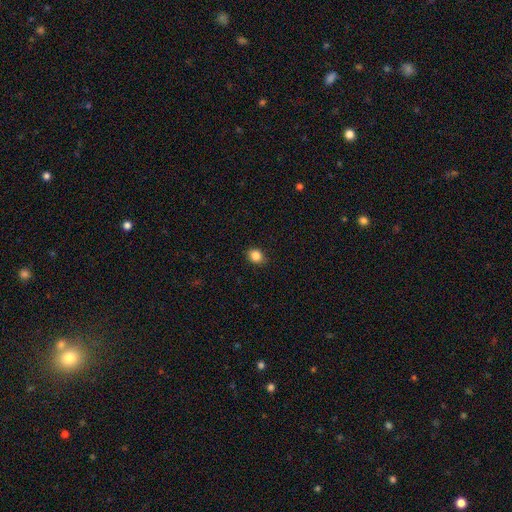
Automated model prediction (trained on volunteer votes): This is clearly a smooth galaxy (86%). How rounded: possibly round (60%). Merging: clearly none (89%).